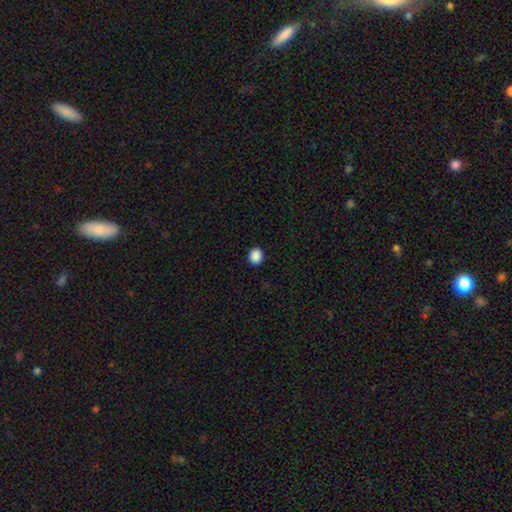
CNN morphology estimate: The model was most divided on "how rounded": round: 79%, in between: 20%, cigar-shaped: 1%. More confident: merging — none (92%); smooth or featured — smooth (89%).